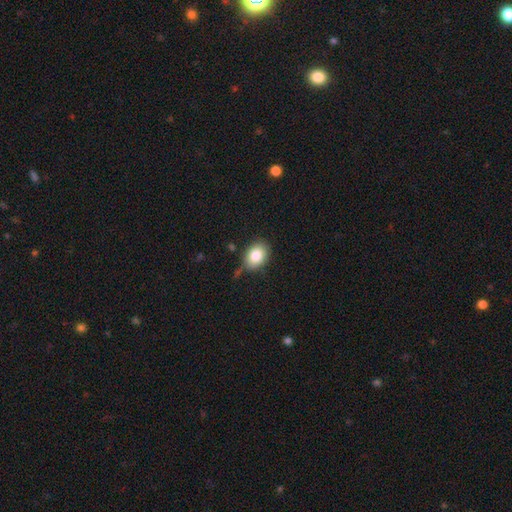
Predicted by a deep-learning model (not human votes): The model was most divided on "how rounded": in between: 69%, round: 30%, cigar-shaped: 1%. More confident: smooth or featured — smooth (83%); merging — none (72%).